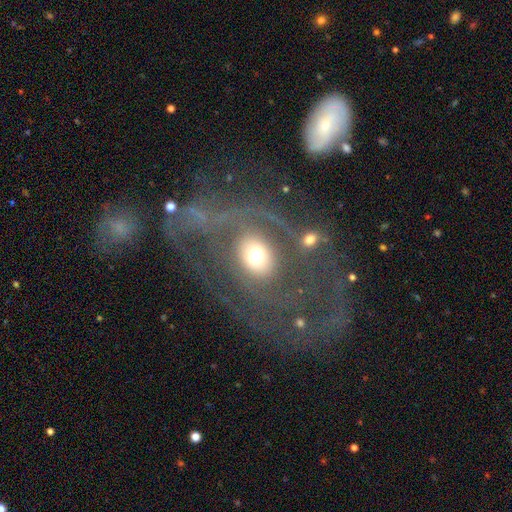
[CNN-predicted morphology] Smooth or featured: featured or disk — 56% (smooth — 32%)
Edge-on disk: no — 94% (yes — 6%)
Bar: no — 80% (weak — 13%)
Spiral arms: yes — 59% (no — 41%)
Bulge size: moderate — 51% (large — 29%)
Merging: none — 56% (major disturbance — 22%)